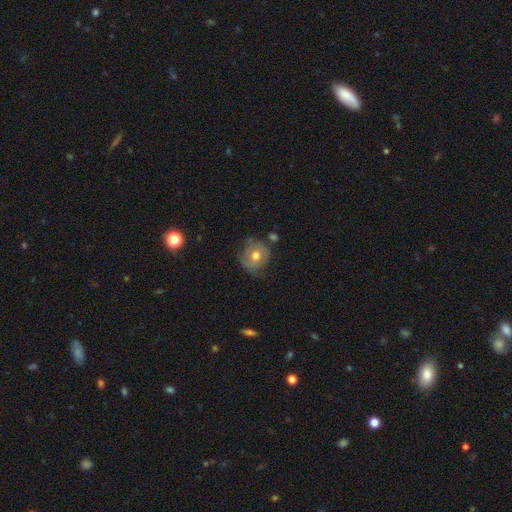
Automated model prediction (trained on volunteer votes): Smooth or featured?
  - smooth: 55% *
  - featured or disk: 36%
  - star or artifact: 9%
How rounded?
  - round: 79% *
  - in between: 20%
  - cigar-shaped: 1%
Merging?
  - none: 60% *
  - minor disturbance: 26%
  - major disturbance: 9%
  - merger: 5%